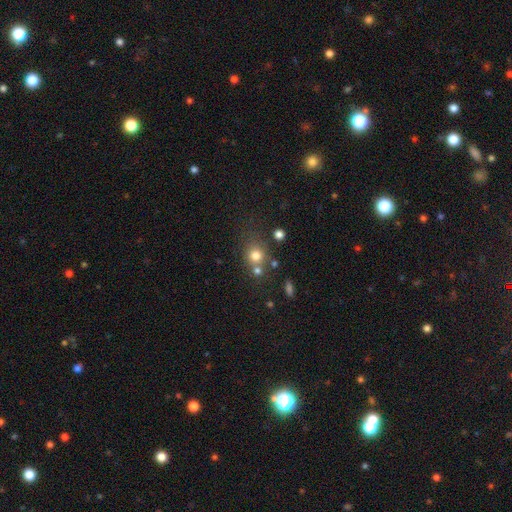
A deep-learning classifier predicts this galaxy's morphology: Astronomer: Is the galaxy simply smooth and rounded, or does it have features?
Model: smooth — 75%.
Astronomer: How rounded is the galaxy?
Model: round — 79%.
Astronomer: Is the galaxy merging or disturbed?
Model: none — 59%.